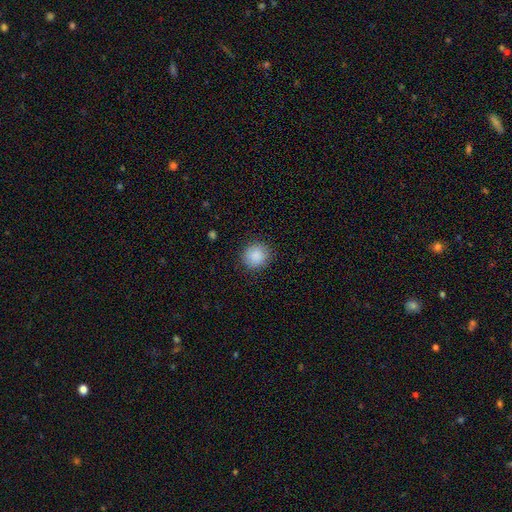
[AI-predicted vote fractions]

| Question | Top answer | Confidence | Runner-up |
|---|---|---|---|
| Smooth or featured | smooth | 88% | star or artifact (8%) |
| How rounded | round | 88% | in between (11%) |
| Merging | none | 88% | minor disturbance (8%) |